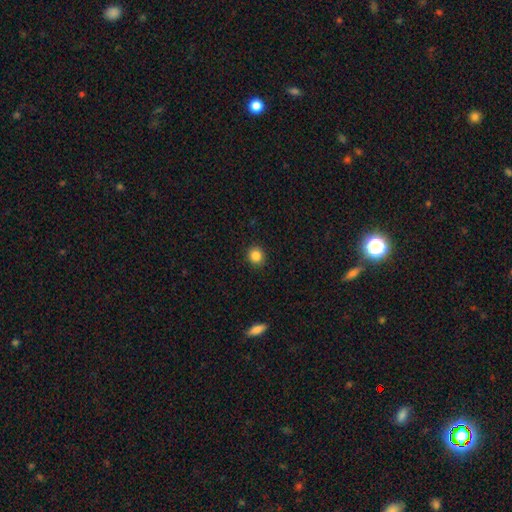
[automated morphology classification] A smooth galaxy with no disk features (86%) that is round (88%).

Vote fractions:
- Smooth or featured? smooth: 86% / star or artifact: 10% / featured or disk: 4%
- How rounded? round: 88% / in between: 11% / cigar-shaped: 1%
- Merging? none: 92% / minor disturbance: 6% / major disturbance: 2% / merger: 1%